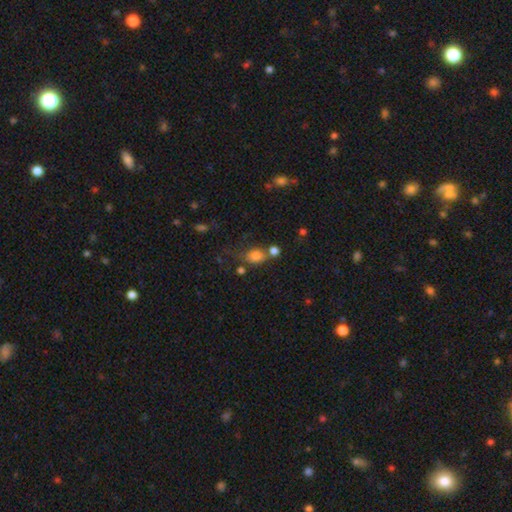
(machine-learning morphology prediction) Q: Smooth or featured?
A: smooth (79%); runner-up: star or artifact (13%)
Q: How rounded?
A: in between (61%); runner-up: round (37%)
Q: Merging?
A: none (50%); runner-up: merger (24%)